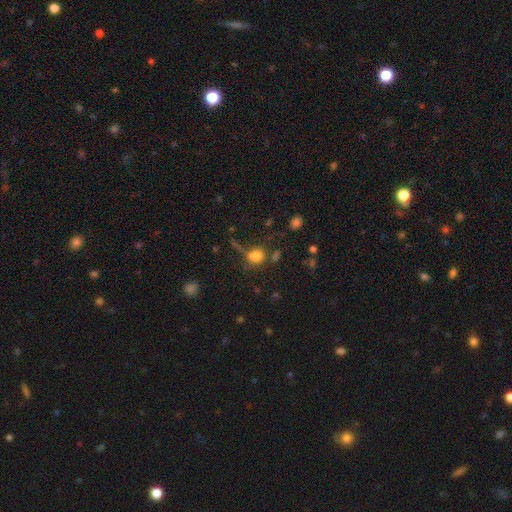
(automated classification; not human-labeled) Morphology: type=smooth (76%); roundness=round (64%); merging=none (54%).